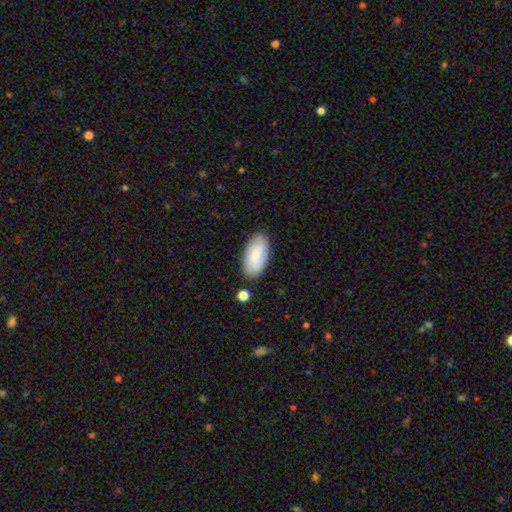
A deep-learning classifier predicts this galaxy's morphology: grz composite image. It shows a smooth galaxy with no disk features (86%) that is in between round and cigar-shaped (94%). Merging: none (84%).